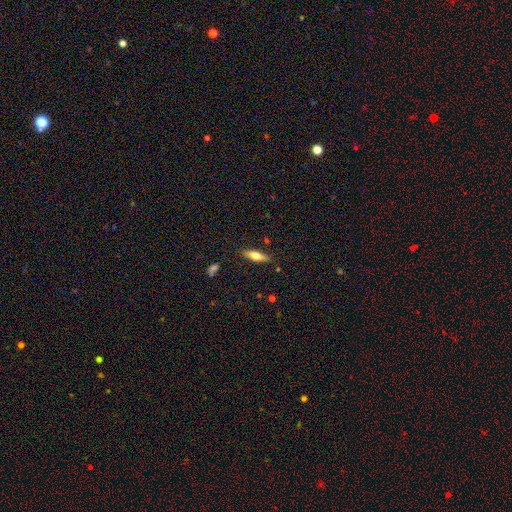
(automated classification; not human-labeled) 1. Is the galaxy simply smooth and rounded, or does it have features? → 54% smooth, 40% featured or disk, 6% star or artifact.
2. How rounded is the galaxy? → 62% cigar-shaped, 36% in between, 2% round.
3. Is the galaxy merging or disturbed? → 85% none, 11% minor disturbance, 2% major disturbance, 2% merger.